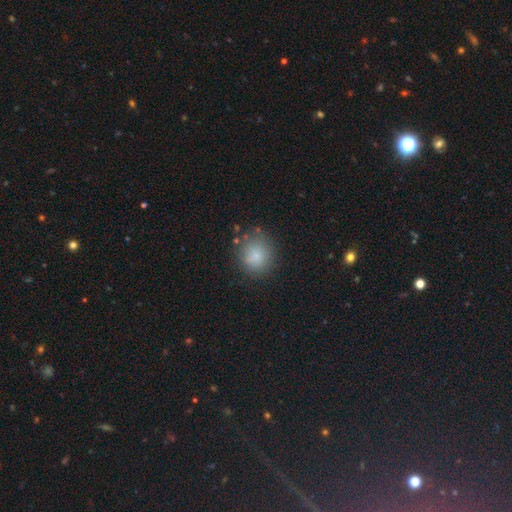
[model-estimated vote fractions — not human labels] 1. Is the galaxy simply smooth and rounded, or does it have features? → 83% smooth, 11% star or artifact, 7% featured or disk.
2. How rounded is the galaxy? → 84% round, 15% in between, 1% cigar-shaped.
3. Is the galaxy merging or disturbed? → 79% none, 13% minor disturbance, 5% major disturbance, 3% merger.